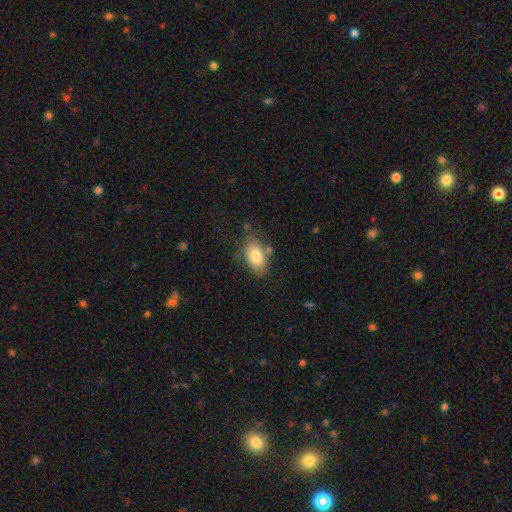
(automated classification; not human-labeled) The model was most divided on "merging": none: 65%, minor disturbance: 21%, merger: 8%, major disturbance: 7%. More confident: how rounded — in between (91%); smooth or featured — smooth (79%).